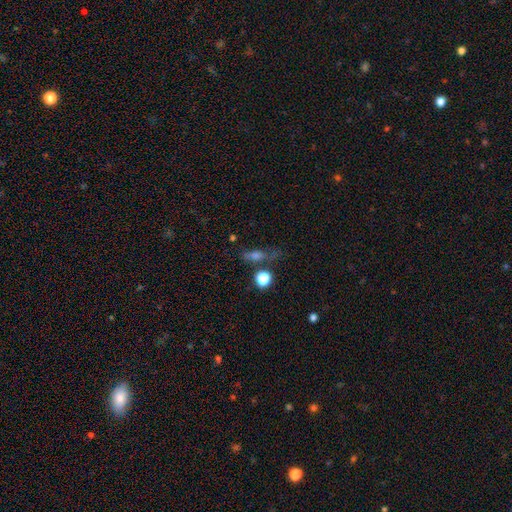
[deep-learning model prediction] Overall: smooth (49%; featured or disk 26%). Merging: none (56%; minor disturbance 18%).